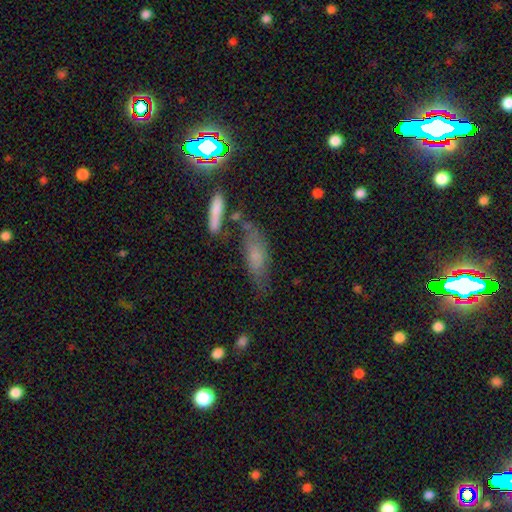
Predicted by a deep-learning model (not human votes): smooth_or_featured: smooth (p=0.59) [alt: featured or disk p=0.28]
how_rounded: in between (p=0.53) [alt: cigar-shaped p=0.43]
merging: none (p=0.55) [alt: minor disturbance p=0.24]